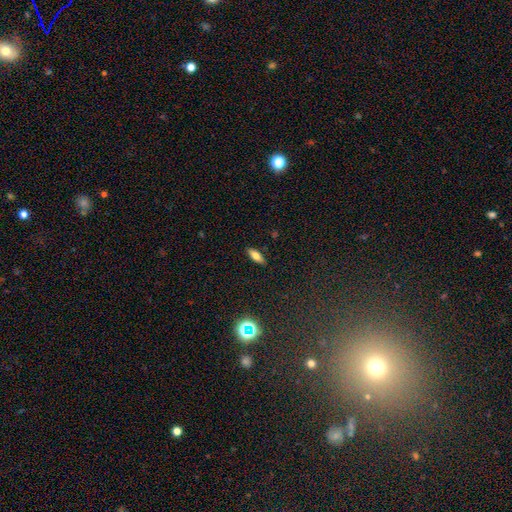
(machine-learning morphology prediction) This appears to be a smooth galaxy with no disk features (65%) that is in between round and cigar-shaped (70%). Merging: none (89%).